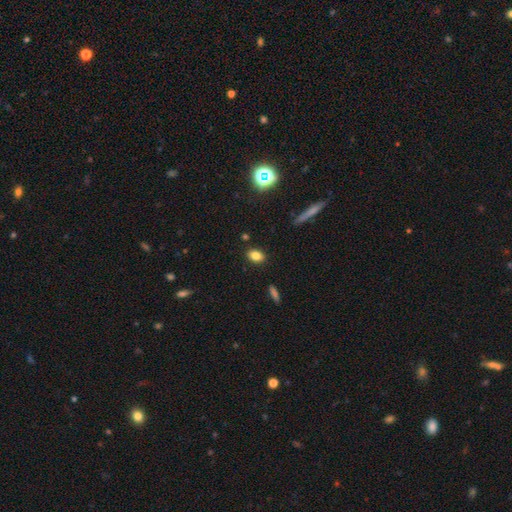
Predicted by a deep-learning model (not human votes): Smooth or featured: smooth — 82% (star or artifact — 11%)
How rounded: in between — 80% (round — 17%)
Merging: none — 87% (minor disturbance — 9%)